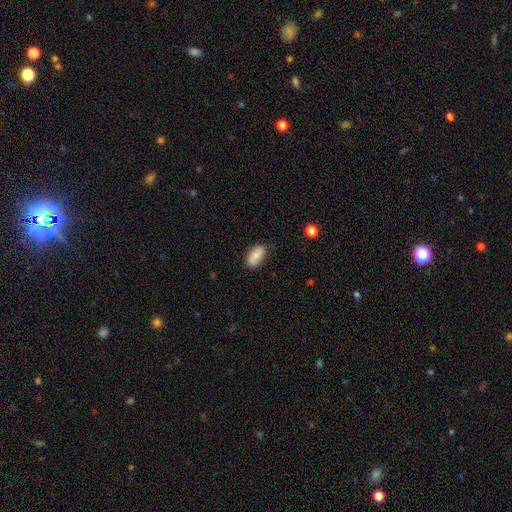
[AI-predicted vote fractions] Morphology: type=smooth (83%); roundness=in between (91%); merging=none (77%).